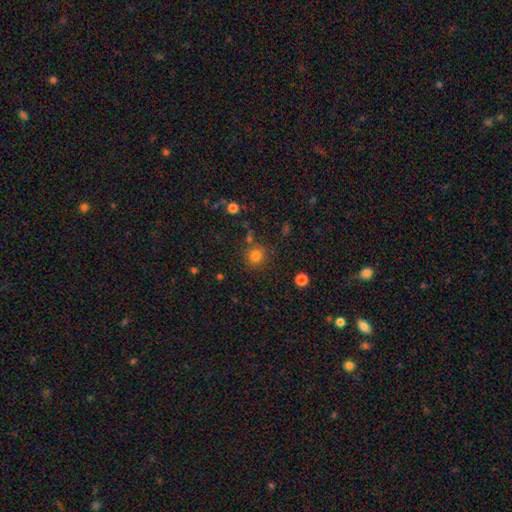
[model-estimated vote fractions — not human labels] A smooth galaxy with no disk features (79%) that is round (90%). Merging: none (81%).